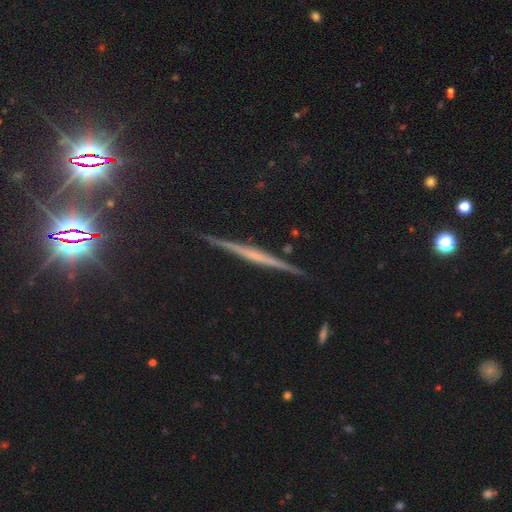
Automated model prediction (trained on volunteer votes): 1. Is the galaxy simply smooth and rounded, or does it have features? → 67% featured or disk, 17% smooth, 16% star or artifact.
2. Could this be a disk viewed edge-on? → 97% yes, 3% no.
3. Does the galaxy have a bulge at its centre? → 53% none, 30% rounded, 16% boxy.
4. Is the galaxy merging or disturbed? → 90% none, 7% minor disturbance, 2% major disturbance, 1% merger.